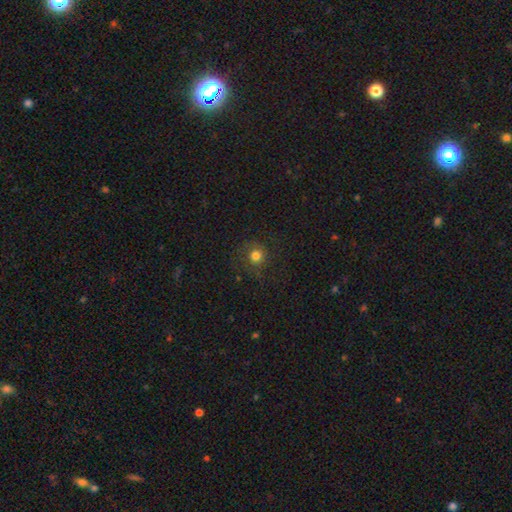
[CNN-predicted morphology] Smooth or featured? smooth (74%)
How rounded? round (91%)
Merging? none (78%)